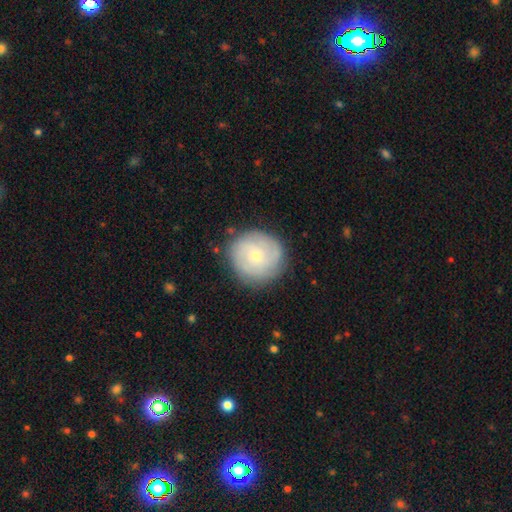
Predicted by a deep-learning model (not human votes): smooth-or-featured: featured or disk: 49% | smooth: 44% | star or artifact: 7%
  merging: none: 83% | minor disturbance: 11% | major disturbance: 4% | merger: 1%